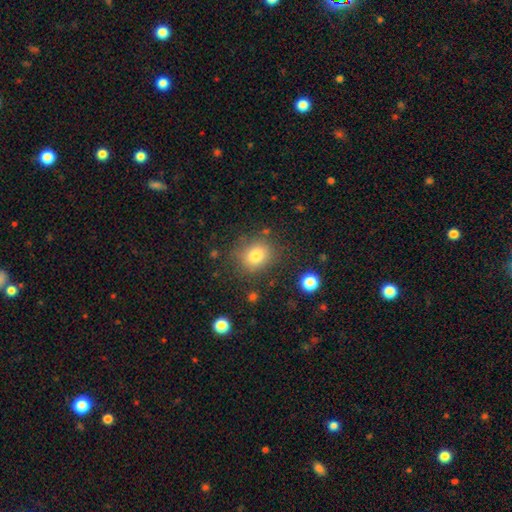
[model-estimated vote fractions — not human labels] Morphology: type=smooth (79%); roundness=round (68%); merging=none (81%).